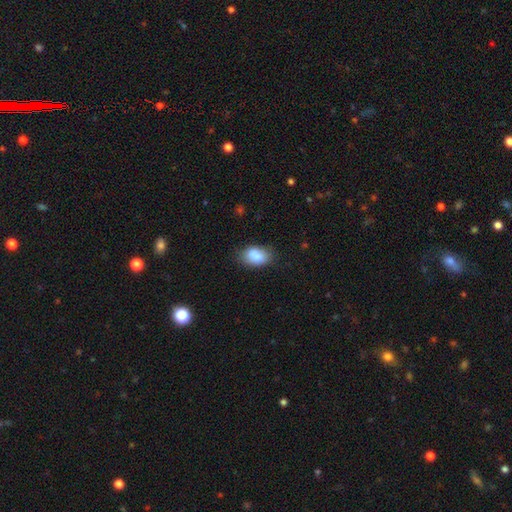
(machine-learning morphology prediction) A smooth galaxy with no disk features (86%) that is in between round and cigar-shaped (89%).

Vote fractions:
- Smooth or featured? smooth: 86% / star or artifact: 7% / featured or disk: 7%
- How rounded? in between: 89% / round: 10% / cigar-shaped: 2%
- Merging? none: 74% / minor disturbance: 19% / major disturbance: 4% / merger: 2%